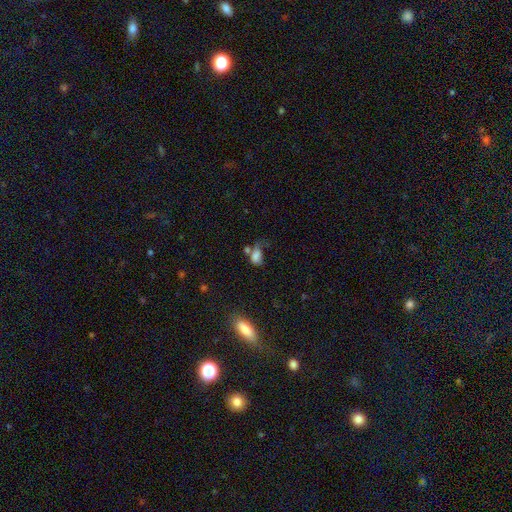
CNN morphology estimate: smooth_or_featured: smooth (p=0.75) [alt: star or artifact p=0.13]
how_rounded: in between (p=0.83) [alt: round p=0.14]
merging: none (p=0.30) [alt: merger p=0.25]